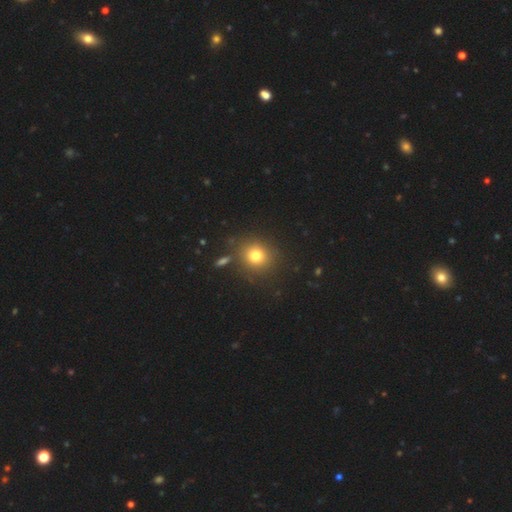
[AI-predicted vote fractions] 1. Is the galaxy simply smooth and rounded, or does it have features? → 77% smooth, 14% star or artifact, 9% featured or disk.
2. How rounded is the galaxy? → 82% round, 17% in between, 1% cigar-shaped.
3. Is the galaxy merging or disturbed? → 83% none, 9% minor disturbance, 5% merger, 3% major disturbance.